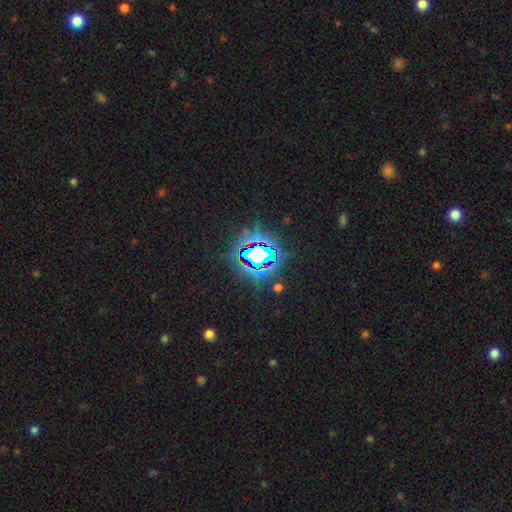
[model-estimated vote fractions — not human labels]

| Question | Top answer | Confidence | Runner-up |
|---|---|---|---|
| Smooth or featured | star or artifact | 77% | smooth (13%) |